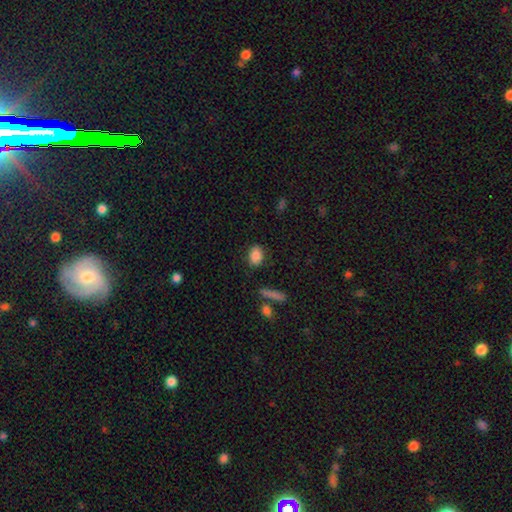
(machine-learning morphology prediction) The model was most divided on "how rounded": in between: 81%, round: 17%, cigar-shaped: 2%. More confident: smooth or featured — smooth (87%); merging — none (83%).